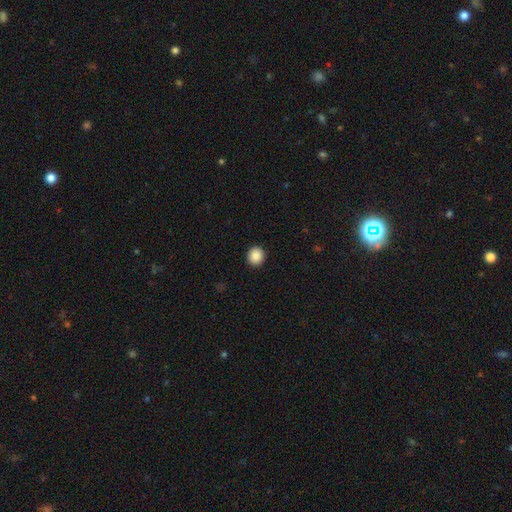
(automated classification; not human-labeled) A smooth galaxy with no disk features (88%) that is round (88%). Merging: none (93%).